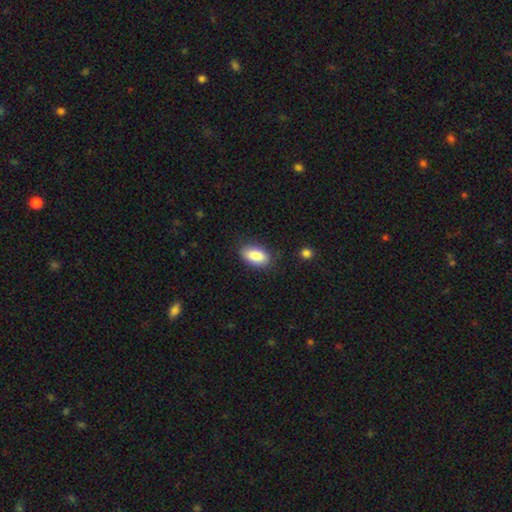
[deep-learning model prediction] Smooth or featured?
  - smooth: 88% *
  - star or artifact: 7%
  - featured or disk: 5%
How rounded?
  - in between: 93% *
  - round: 4%
  - cigar-shaped: 3%
Merging?
  - none: 82% *
  - minor disturbance: 14%
  - major disturbance: 3%
  - merger: 1%